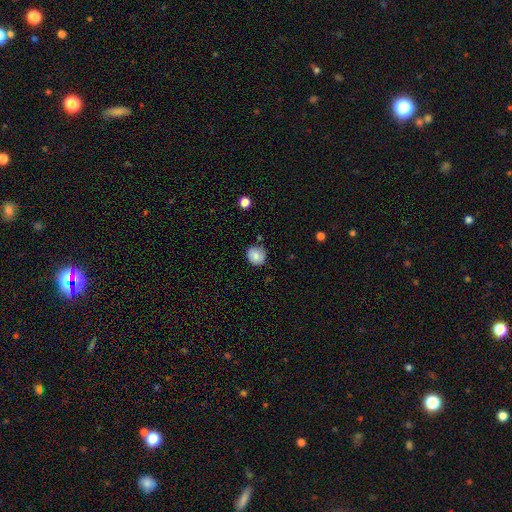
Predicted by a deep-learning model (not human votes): smooth_or_featured: smooth (p=0.82) [alt: featured or disk p=0.10]
how_rounded: round (p=0.85) [alt: in between p=0.14]
merging: none (p=0.80) [alt: minor disturbance p=0.14]